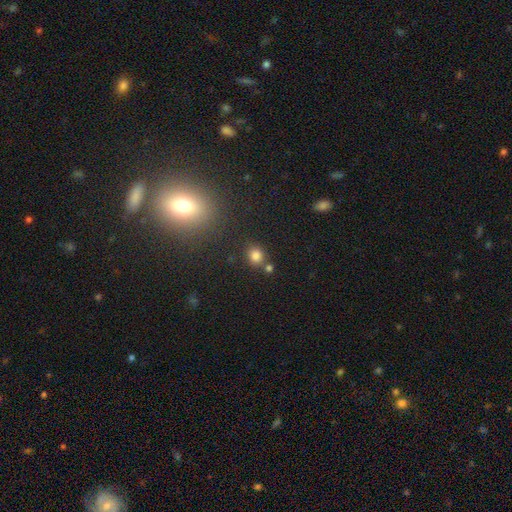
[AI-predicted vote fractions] Smooth or featured?
  - smooth: 80% *
  - star or artifact: 14%
  - featured or disk: 6%
How rounded?
  - round: 76% *
  - in between: 23%
  - cigar-shaped: 1%
Merging?
  - none: 73% *
  - merger: 14%
  - minor disturbance: 10%
  - major disturbance: 3%